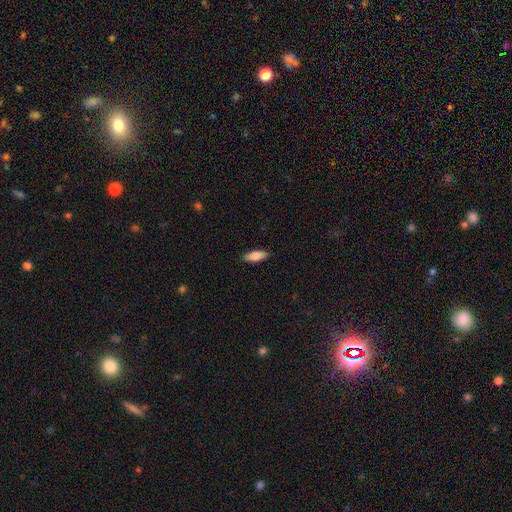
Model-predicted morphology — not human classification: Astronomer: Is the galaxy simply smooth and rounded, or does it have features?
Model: smooth — 85%.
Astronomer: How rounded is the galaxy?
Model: in between — 71%.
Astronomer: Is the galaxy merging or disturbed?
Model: none — 89%.